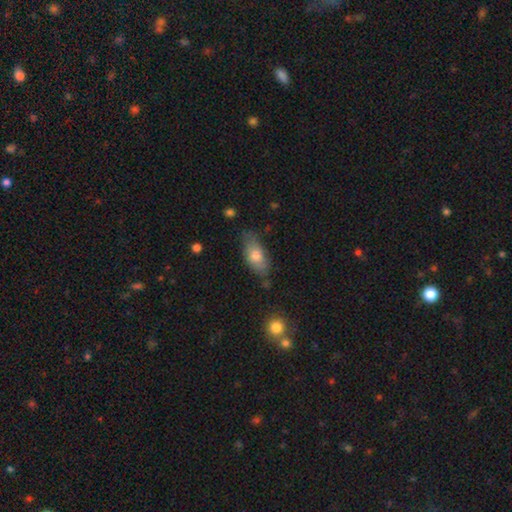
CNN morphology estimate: Smooth or featured? Predicted: smooth (p=0.71). How rounded? Predicted: in between (p=0.86). Merging? Predicted: none (p=0.69).